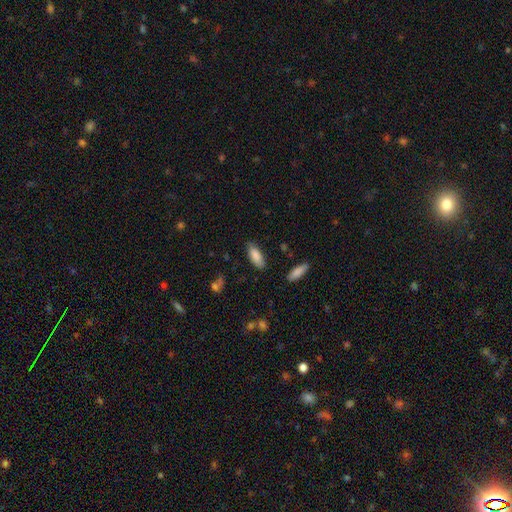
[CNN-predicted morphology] Smooth or featured?
  - smooth: 86% *
  - featured or disk: 8%
  - star or artifact: 7%
How rounded?
  - in between: 74% *
  - cigar-shaped: 25%
  - round: 2%
Merging?
  - none: 80% *
  - minor disturbance: 15%
  - major disturbance: 3%
  - merger: 2%